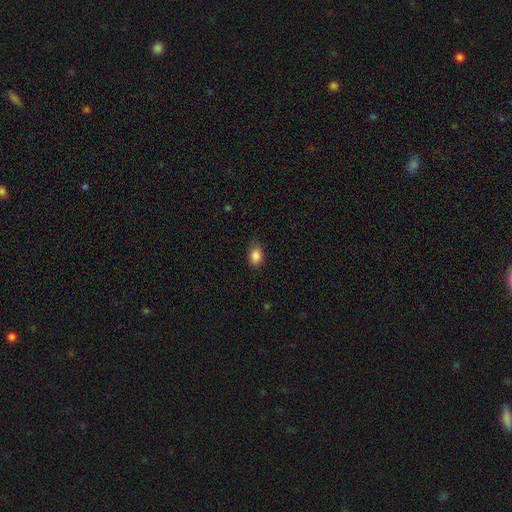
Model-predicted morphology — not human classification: Smooth or featured? smooth (87%)
How rounded? in between (74%)
Merging? none (80%)